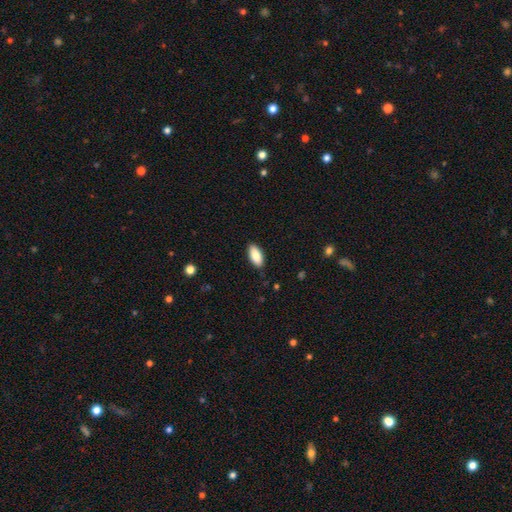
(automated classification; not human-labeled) Smooth or featured? Predicted: smooth (p=0.87). How rounded? Predicted: in between (p=0.88). Merging? Predicted: none (p=0.87).